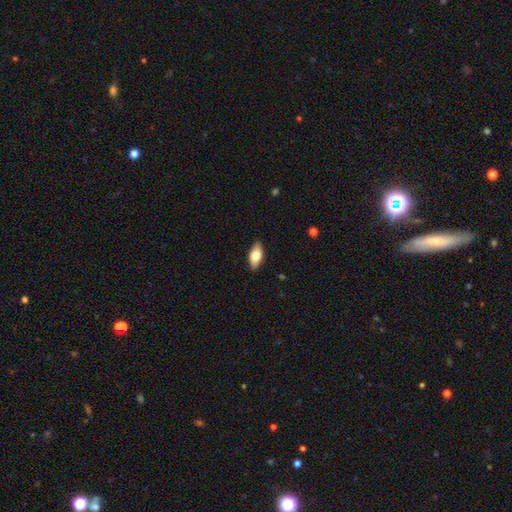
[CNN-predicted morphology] The model was most divided on "smooth or featured": smooth: 66%, featured or disk: 28%, star or artifact: 6%. More confident: merging — none (88%); how rounded — in between (86%).